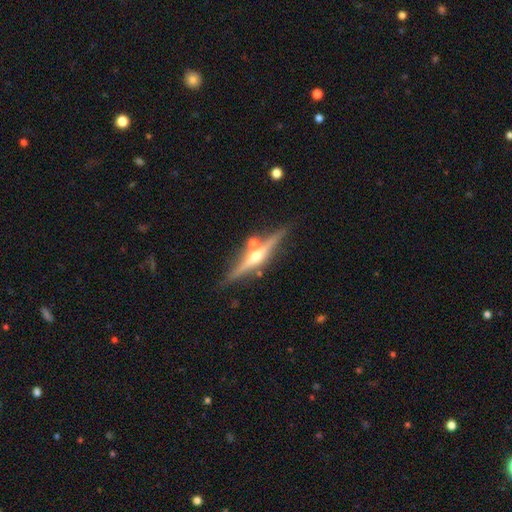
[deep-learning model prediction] smooth-or-featured: featured or disk: 80% | smooth: 13% | star or artifact: 7%
  disk-edge-on: yes: 97% | no: 3%
    edge-on-bulge: rounded: 94% | none: 3% | boxy: 3%
  merging: none: 82% | minor disturbance: 8% | merger: 8% | major disturbance: 2%